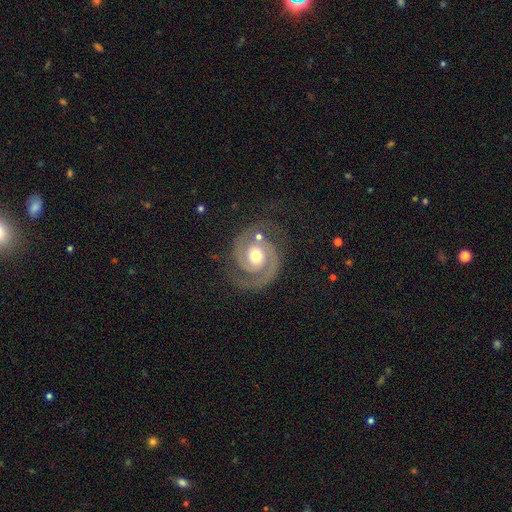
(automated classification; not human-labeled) Smooth or featured? Predicted: featured or disk (p=0.92). Edge-on disk? Predicted: no (p=0.98). Bar? Predicted: no (p=0.68). Spiral arms? Predicted: yes (p=0.98). Spiral winding? Predicted: tight (p=0.56). Spiral arm count? Predicted: 2 (p=0.93). Bulge size? Predicted: moderate (p=0.75). Merging? Predicted: none (p=0.78).